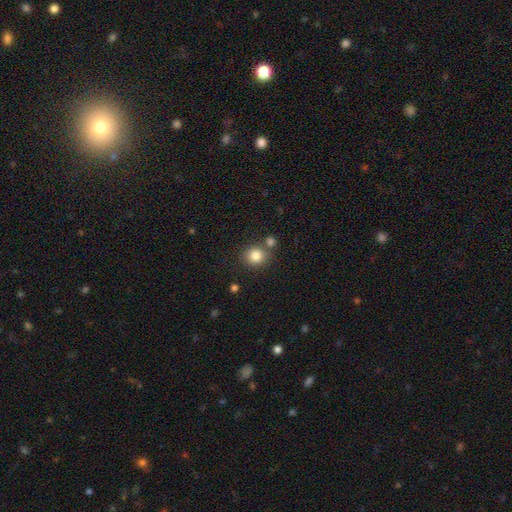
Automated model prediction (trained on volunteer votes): This is clearly a smooth galaxy (83%). How rounded: clearly round (83%). Merging: likely none (73%).